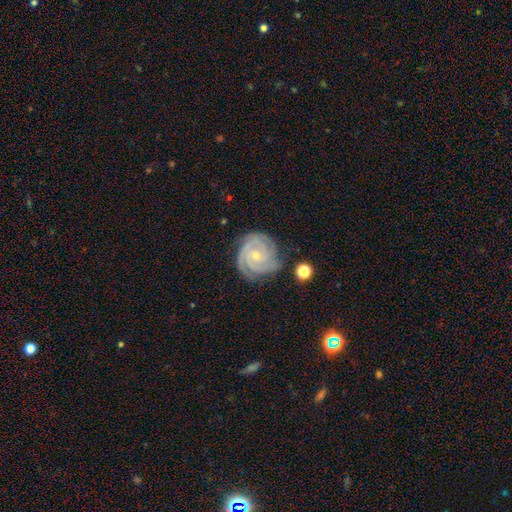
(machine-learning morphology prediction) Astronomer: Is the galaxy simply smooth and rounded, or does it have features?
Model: featured or disk — 89%.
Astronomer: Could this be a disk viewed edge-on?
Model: no — 98%.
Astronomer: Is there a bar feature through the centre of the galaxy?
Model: no — 73%.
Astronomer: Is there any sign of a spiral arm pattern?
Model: yes — 98%.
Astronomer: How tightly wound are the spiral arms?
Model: tight — 80%.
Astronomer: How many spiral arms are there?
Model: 3 — 48%.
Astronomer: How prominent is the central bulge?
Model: small — 69%.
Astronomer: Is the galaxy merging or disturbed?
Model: none — 74%.